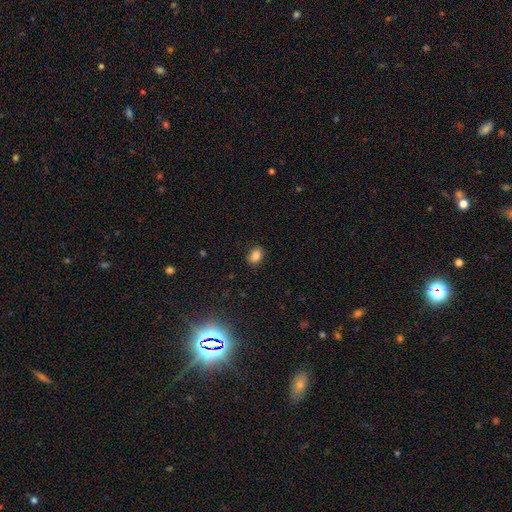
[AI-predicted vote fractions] The model was most divided on "how rounded": in between: 69%, round: 29%, cigar-shaped: 1%. More confident: merging — none (87%); smooth or featured — smooth (84%).